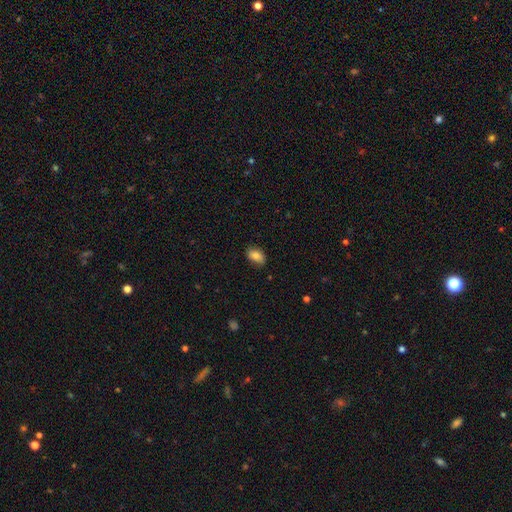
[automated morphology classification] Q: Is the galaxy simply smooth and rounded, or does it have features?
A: smooth — 82%.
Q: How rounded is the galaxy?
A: in between — 87%.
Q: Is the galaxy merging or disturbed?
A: none — 81%.